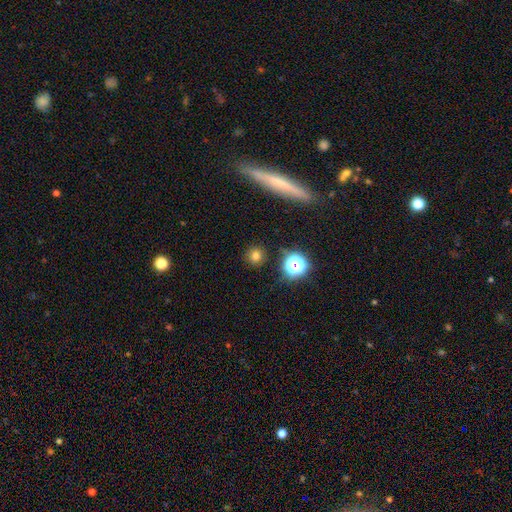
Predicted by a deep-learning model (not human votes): Smooth or featured? smooth (74%)
How rounded? round (90%)
Merging? none (88%)